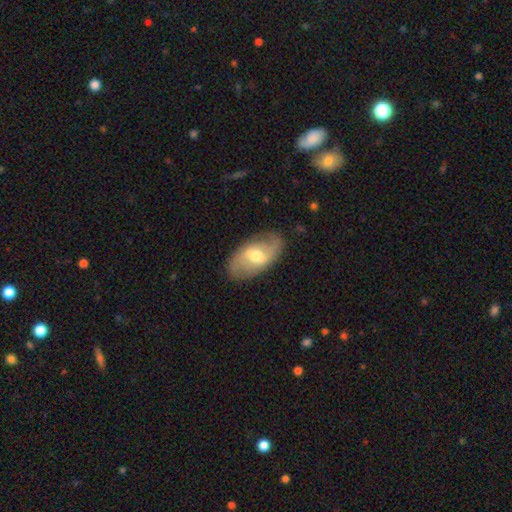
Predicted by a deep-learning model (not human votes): Smooth or featured: featured or disk — 61% (smooth — 33%)
Edge-on disk: no — 92% (yes — 8%)
Bar: weak — 53% (no — 26%)
Spiral arms: yes — 72% (no — 28%)
Bulge size: moderate — 69% (small — 20%)
Merging: none — 81% (minor disturbance — 13%)